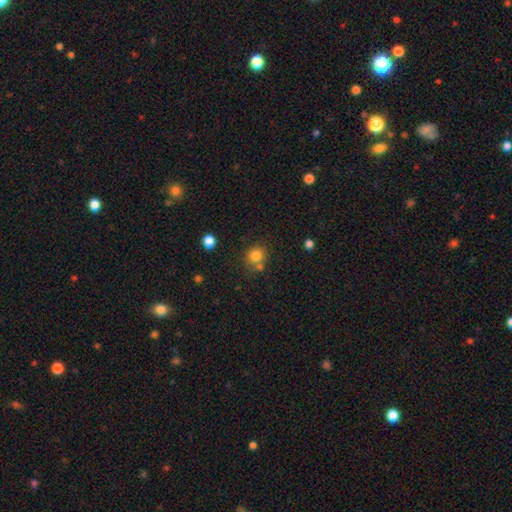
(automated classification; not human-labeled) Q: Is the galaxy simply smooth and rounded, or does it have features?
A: smooth — 81%.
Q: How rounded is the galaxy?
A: round — 81%.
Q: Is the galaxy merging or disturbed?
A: none — 65%.